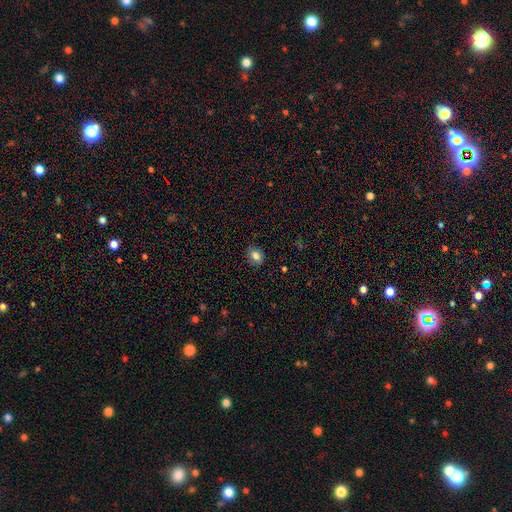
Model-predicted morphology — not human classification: type=smooth (83%); roundness=in between (59%); merging=none (82%).